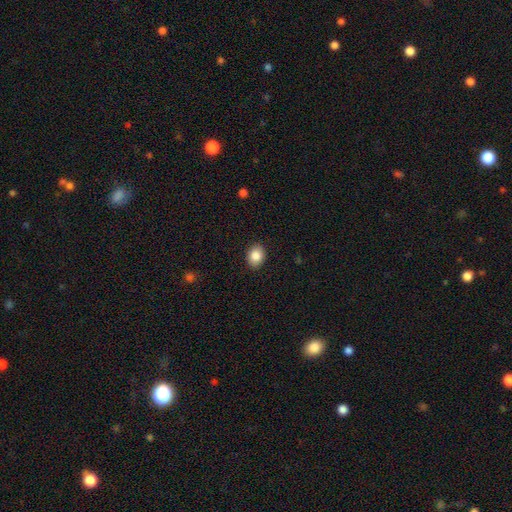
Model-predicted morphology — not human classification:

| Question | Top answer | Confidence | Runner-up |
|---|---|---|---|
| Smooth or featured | smooth | 87% | star or artifact (8%) |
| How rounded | in between | 60% | round (39%) |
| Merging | none | 89% | minor disturbance (8%) |